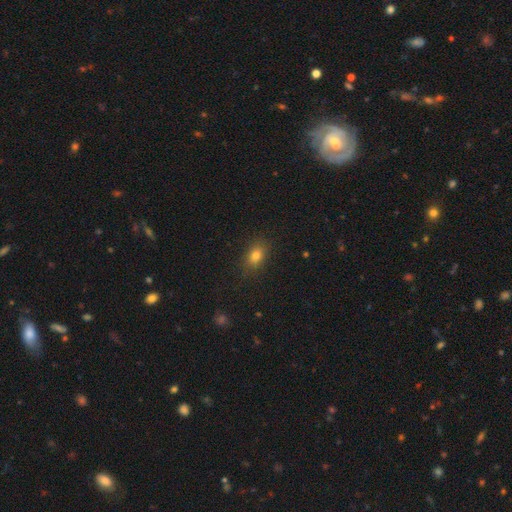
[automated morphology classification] type=smooth (79%); roundness=in between (73%); merging=none (86%).